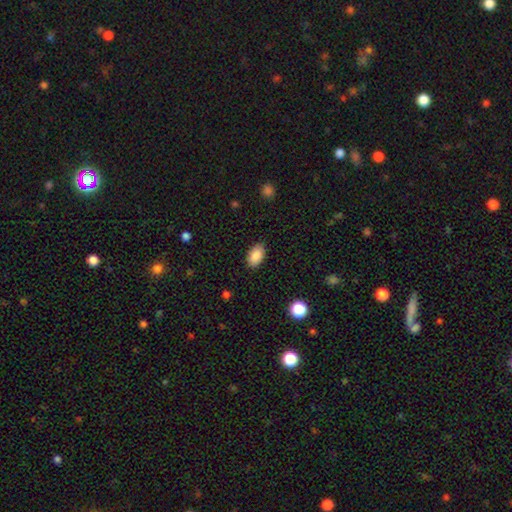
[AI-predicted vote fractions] A smooth galaxy with no disk features (89%) that is in between round and cigar-shaped (92%).

Vote fractions:
- Smooth or featured? smooth: 89% / star or artifact: 7% / featured or disk: 4%
- How rounded? in between: 92% / round: 6% / cigar-shaped: 2%
- Merging? none: 84% / minor disturbance: 12% / major disturbance: 3% / merger: 1%